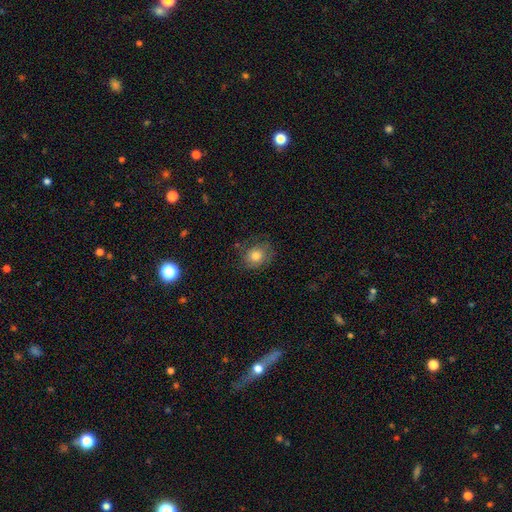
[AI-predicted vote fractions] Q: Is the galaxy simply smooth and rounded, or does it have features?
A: smooth — 76%.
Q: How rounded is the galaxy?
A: round — 63%.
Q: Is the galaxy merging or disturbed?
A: none — 69%.